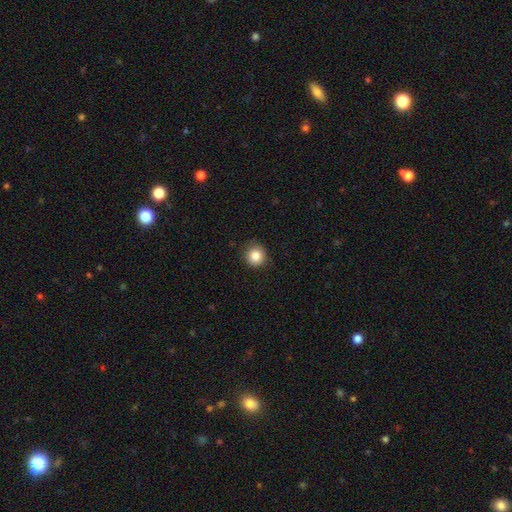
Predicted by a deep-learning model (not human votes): A smooth galaxy with no disk features (85%) that is round (93%). Merging: none (88%).